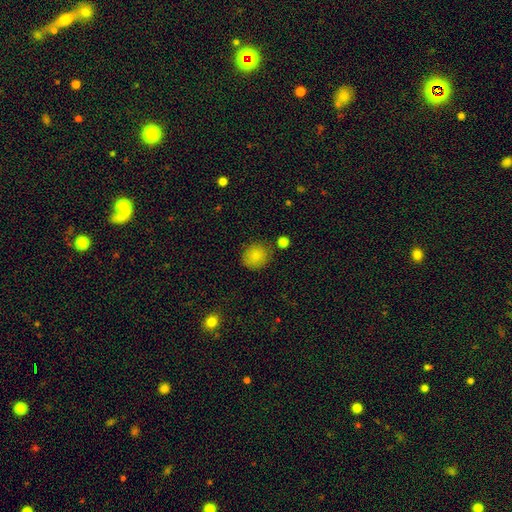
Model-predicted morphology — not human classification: This appears to be a smooth galaxy with no disk features (85%) that is round (77%). Merging: none (81%).